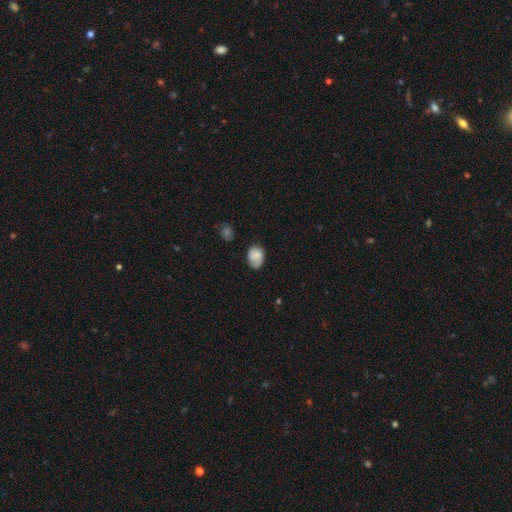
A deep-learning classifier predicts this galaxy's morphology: This is likely a smooth galaxy (78%). How rounded: likely in between (69%). Merging: likely none (63%).